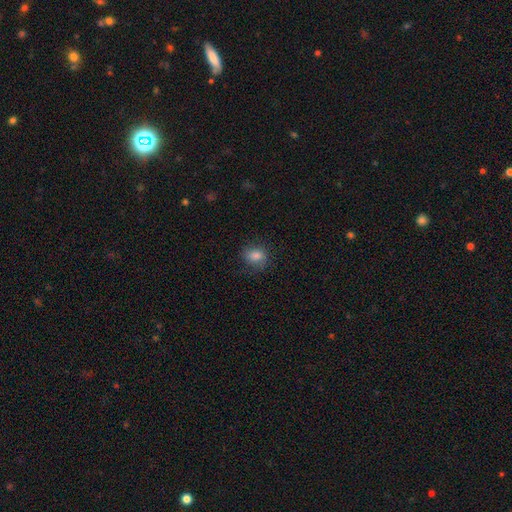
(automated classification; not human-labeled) Smooth or featured?
  - smooth: 81% *
  - star or artifact: 10%
  - featured or disk: 8%
How rounded?
  - round: 55% *
  - in between: 44%
  - cigar-shaped: 1%
Merging?
  - none: 76% *
  - minor disturbance: 17%
  - major disturbance: 6%
  - merger: 1%